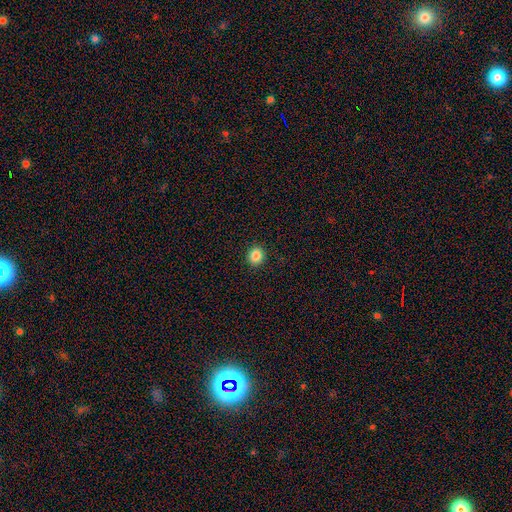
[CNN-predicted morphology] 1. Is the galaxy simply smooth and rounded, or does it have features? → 85% smooth, 10% star or artifact, 4% featured or disk.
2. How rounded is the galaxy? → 80% round, 20% in between, 1% cigar-shaped.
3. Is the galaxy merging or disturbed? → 92% none, 5% minor disturbance, 2% major disturbance, 1% merger.